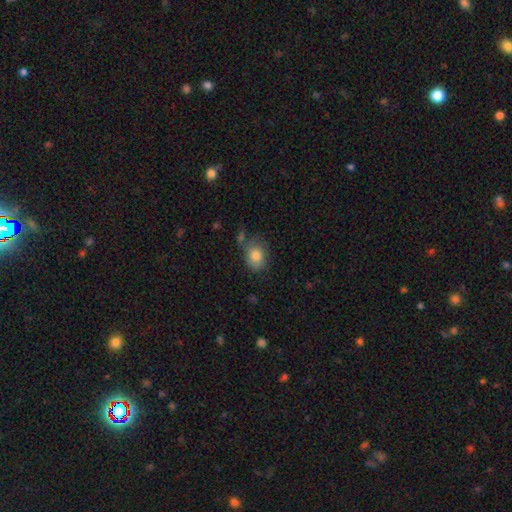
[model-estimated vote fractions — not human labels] Smooth or featured?
  - smooth: 80% *
  - featured or disk: 11%
  - star or artifact: 9%
How rounded?
  - in between: 60% *
  - round: 39%
  - cigar-shaped: 1%
Merging?
  - none: 60% *
  - minor disturbance: 22%
  - merger: 9%
  - major disturbance: 8%